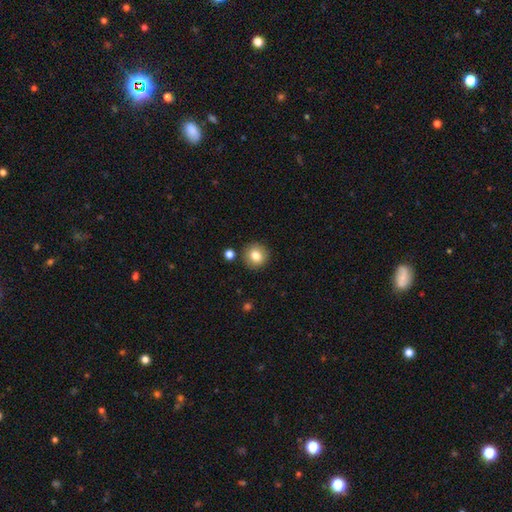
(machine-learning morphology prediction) The model was most divided on "smooth or featured": smooth: 81%, star or artifact: 10%, featured or disk: 9%. More confident: how rounded — round (90%); merging — none (88%).